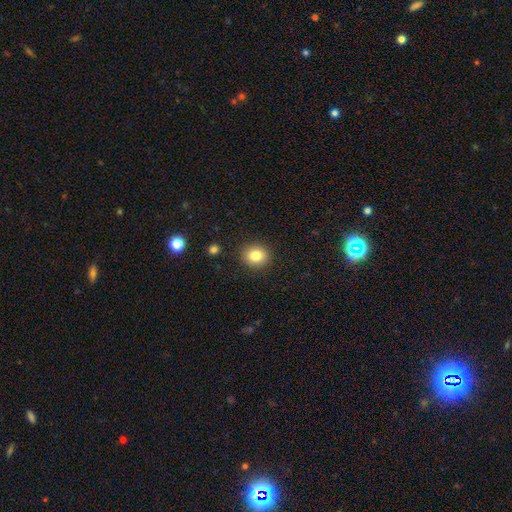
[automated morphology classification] Q: Smooth or featured?
A: smooth (83%); runner-up: star or artifact (10%)
Q: How rounded?
A: round (74%); runner-up: in between (25%)
Q: Merging?
A: none (89%); runner-up: minor disturbance (7%)